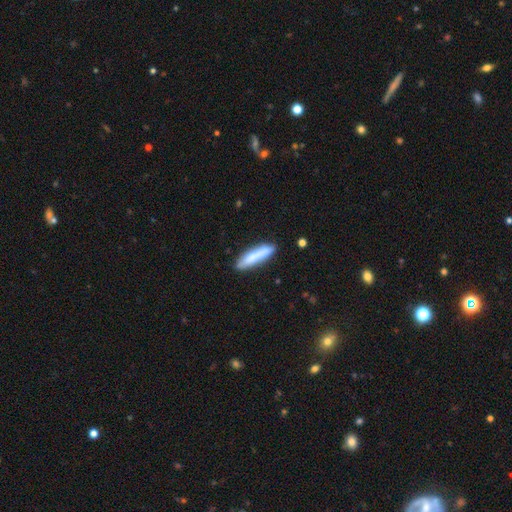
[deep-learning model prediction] A smooth galaxy with no disk features (76%) that is cigar-shaped (83%). Merging: none (83%).